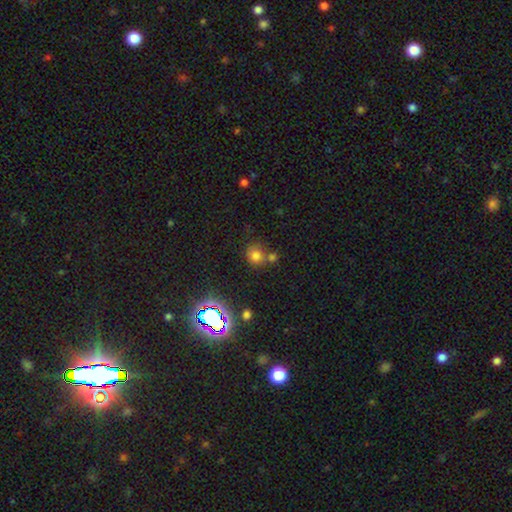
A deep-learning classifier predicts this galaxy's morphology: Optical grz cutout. It shows a smooth galaxy with no disk features (71%) that is round (82%). Merging: none (56%).